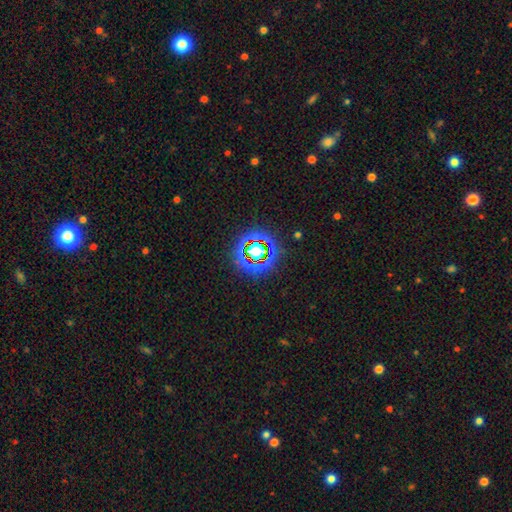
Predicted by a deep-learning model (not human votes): Smooth or featured?
  - star or artifact: 77% *
  - smooth: 13%
  - featured or disk: 10%